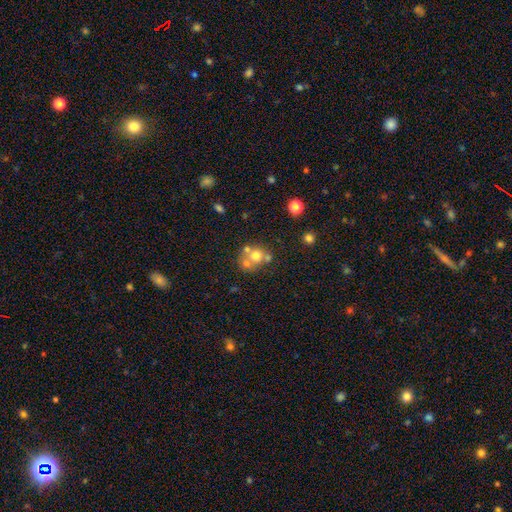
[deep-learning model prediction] Morphology: type=smooth (61%); roundness=round (80%); merging=none (43%, tied with merger).